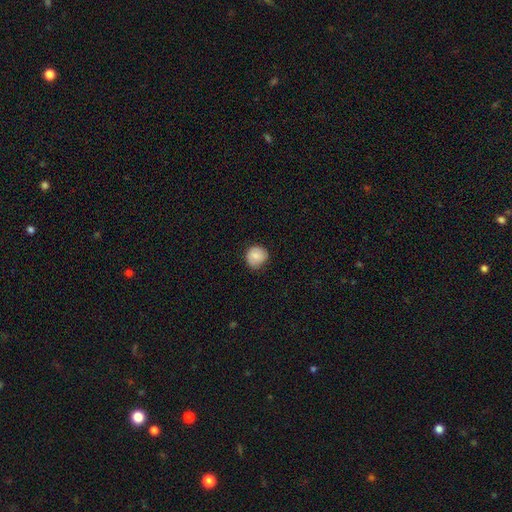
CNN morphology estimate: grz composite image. It shows a smooth galaxy with no disk features (79%) that is round (89%). Merging: none (73%).